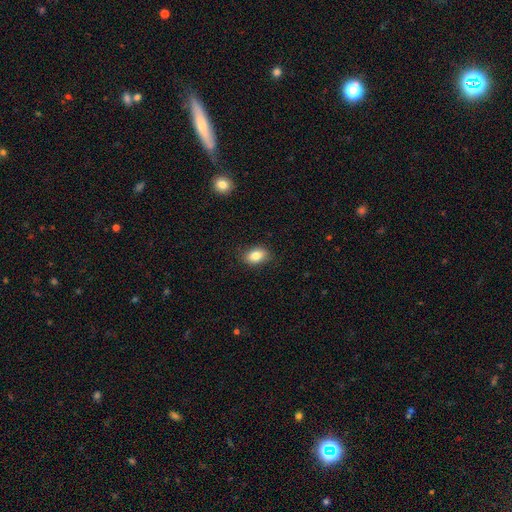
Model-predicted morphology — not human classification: A smooth galaxy with no disk features (83%) that is in between round and cigar-shaped (84%). Merging: none (85%).